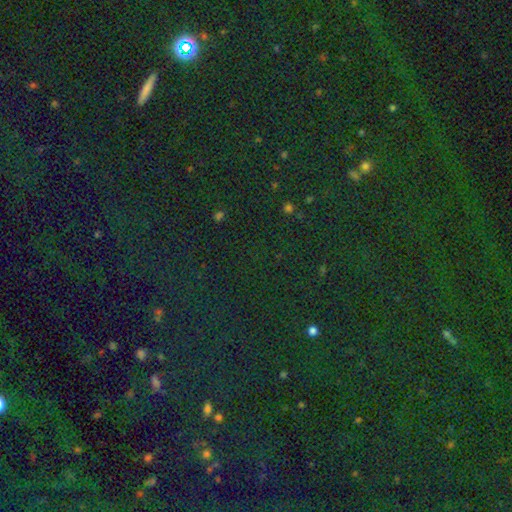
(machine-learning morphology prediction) This appears to be a star or artifact, not a galaxy (77%).